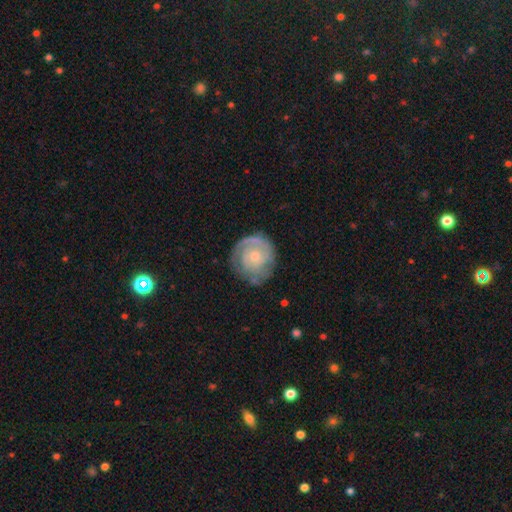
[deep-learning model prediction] Smooth or featured? featured or disk (74%)
Edge-on disk? no (98%)
Bar? no (78%)
Spiral arms? yes (89%)
Spiral winding? tight (70%)
Spiral arm count? 2 (34%)
Bulge size? small (57%)
Merging? none (73%)